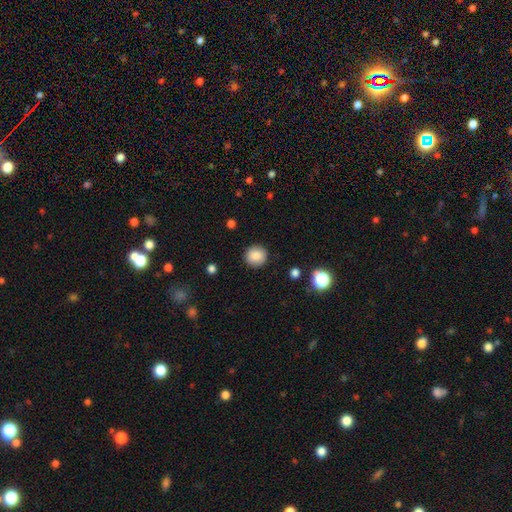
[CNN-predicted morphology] type=smooth (85%); roundness=round (93%); merging=none (91%).